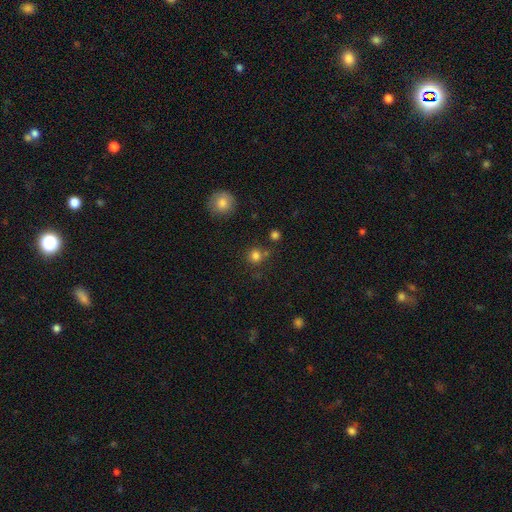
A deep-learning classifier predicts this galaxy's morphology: The model was most divided on "merging": none: 73%, merger: 14%, minor disturbance: 9%, major disturbance: 4%. More confident: how rounded — round (91%); smooth or featured — smooth (79%).